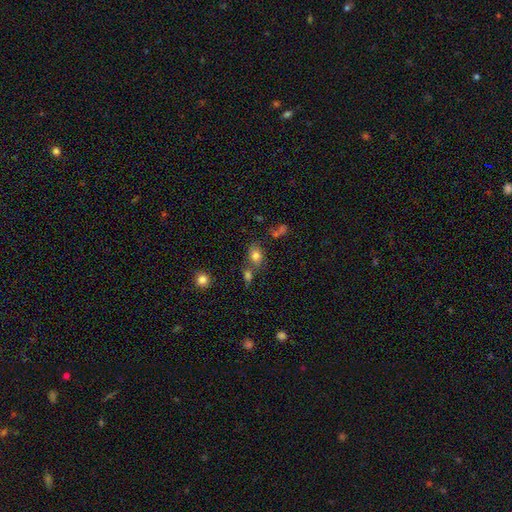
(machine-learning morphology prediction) Q: Smooth or featured?
A: smooth (78%); runner-up: star or artifact (11%)
Q: How rounded?
A: in between (60%); runner-up: round (39%)
Q: Merging?
A: none (61%); runner-up: merger (19%)